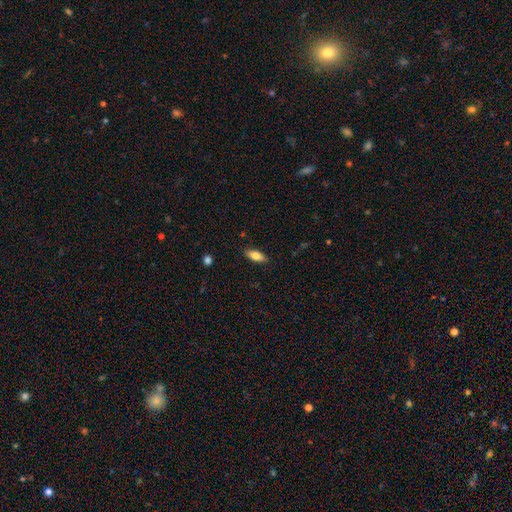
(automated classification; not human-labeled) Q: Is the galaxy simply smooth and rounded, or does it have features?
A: smooth — 76%.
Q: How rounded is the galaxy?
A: in between — 77%.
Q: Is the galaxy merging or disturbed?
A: none — 87%.